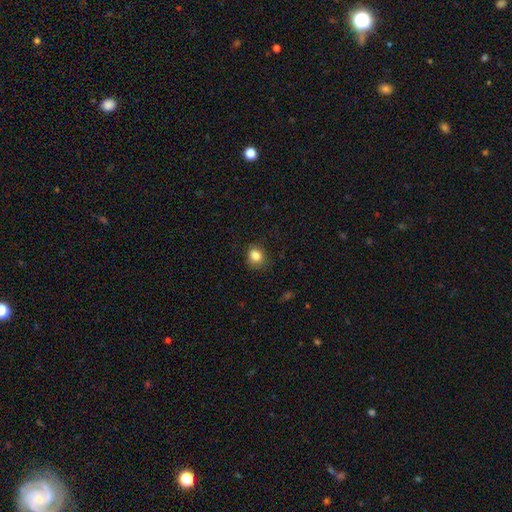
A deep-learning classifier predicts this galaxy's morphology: A smooth galaxy with no disk features (84%) that is round (58%).

Vote fractions:
- Smooth or featured? smooth: 84% / star or artifact: 10% / featured or disk: 5%
- How rounded? round: 58% / in between: 41% / cigar-shaped: 1%
- Merging? none: 77% / minor disturbance: 17% / major disturbance: 4% / merger: 1%